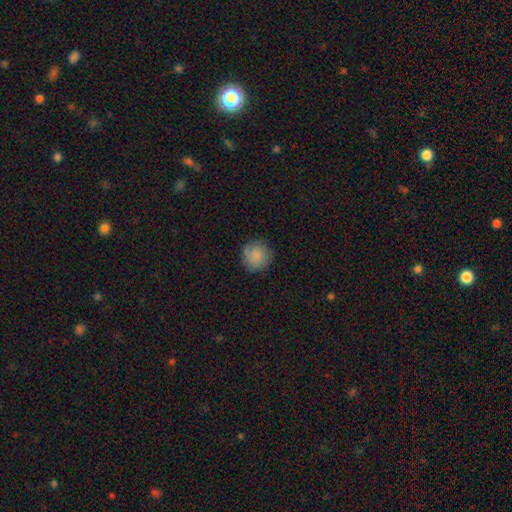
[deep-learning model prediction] This appears to be a smooth galaxy with no disk features (83%) that is round (93%). Merging: none (83%).